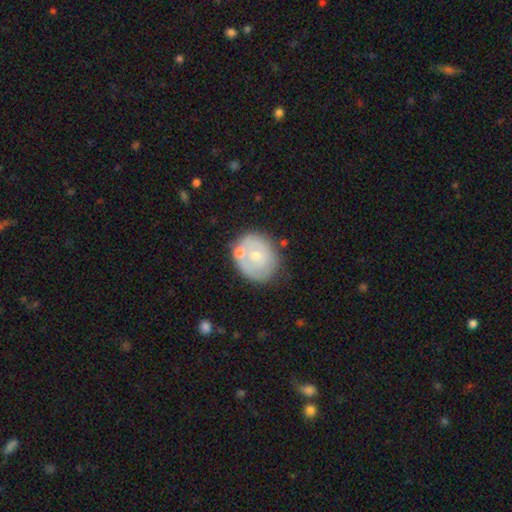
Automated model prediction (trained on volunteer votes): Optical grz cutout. It shows a smooth galaxy with no disk features (49%). Merging: none (62%).